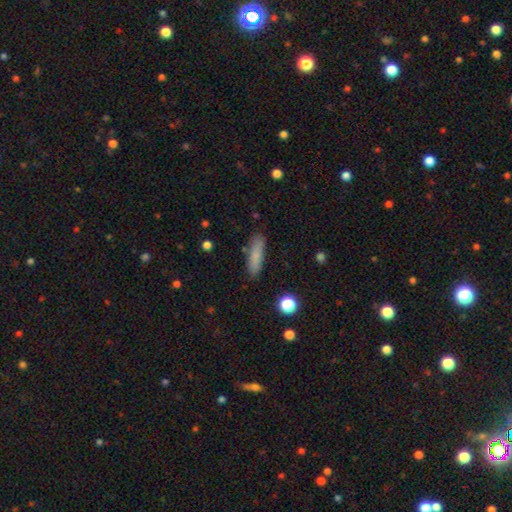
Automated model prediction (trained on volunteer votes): A smooth galaxy with no disk features (83%) that is cigar-shaped (71%).

Vote fractions:
- Smooth or featured? smooth: 83% / featured or disk: 9% / star or artifact: 8%
- How rounded? cigar-shaped: 71% / in between: 27% / round: 2%
- Merging? none: 86% / minor disturbance: 10% / major disturbance: 2% / merger: 2%